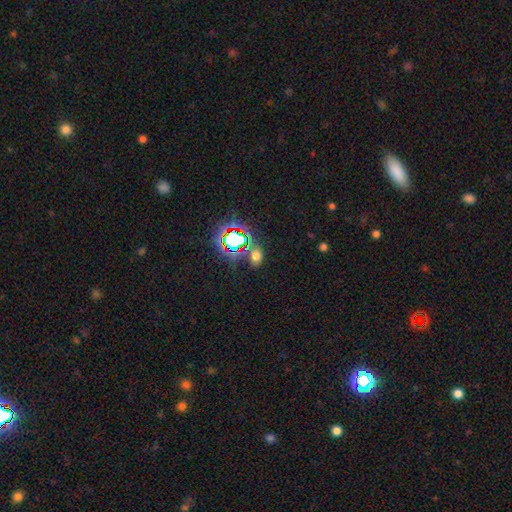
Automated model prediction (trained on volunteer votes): Smooth or featured?
  - smooth: 54% *
  - star or artifact: 37%
  - featured or disk: 8%
How rounded?
  - in between: 65% *
  - round: 32%
  - cigar-shaped: 2%
Merging?
  - none: 70% *
  - minor disturbance: 12%
  - merger: 12%
  - major disturbance: 6%